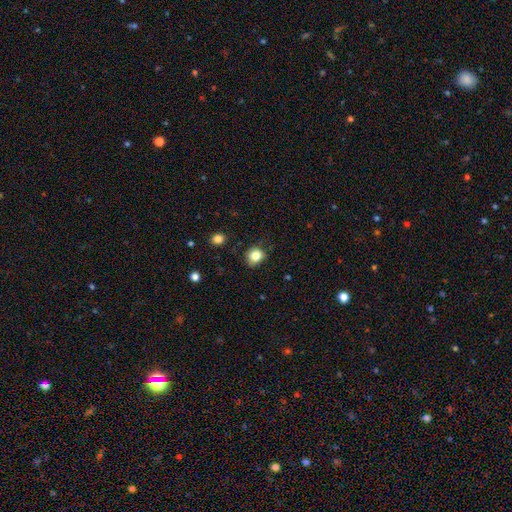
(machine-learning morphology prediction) Q: Smooth or featured?
A: smooth (83%); runner-up: star or artifact (11%)
Q: How rounded?
A: round (77%); runner-up: in between (23%)
Q: Merging?
A: none (78%); runner-up: minor disturbance (17%)